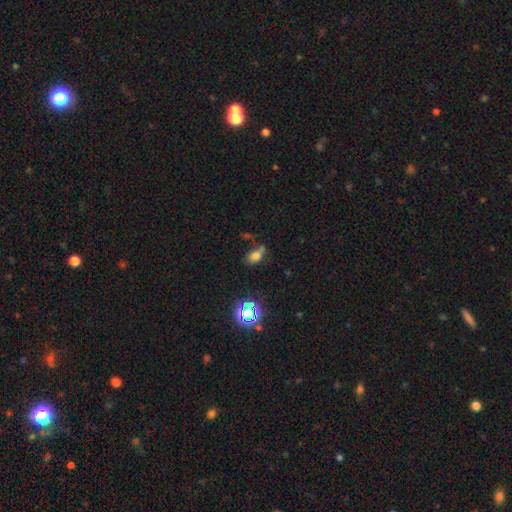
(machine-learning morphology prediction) Smooth or featured? Predicted: smooth (p=0.70). How rounded? Predicted: in between (p=0.81). Merging? Predicted: none (p=0.51).